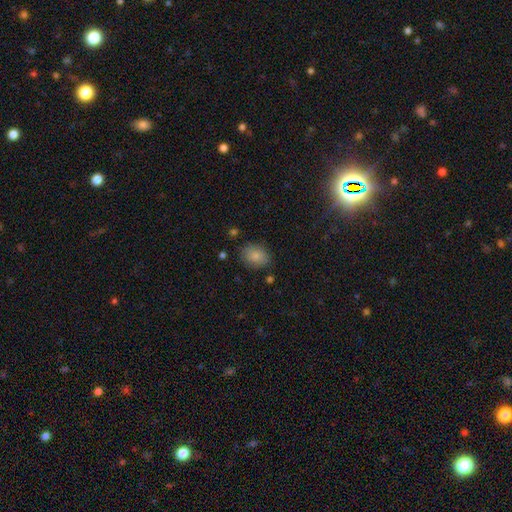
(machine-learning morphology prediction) A smooth galaxy with no disk features (85%) that is in between round and cigar-shaped (65%).

Vote fractions:
- Smooth or featured? smooth: 85% / star or artifact: 8% / featured or disk: 8%
- How rounded? in between: 65% / round: 33% / cigar-shaped: 1%
- Merging? none: 81% / minor disturbance: 14% / major disturbance: 4% / merger: 2%